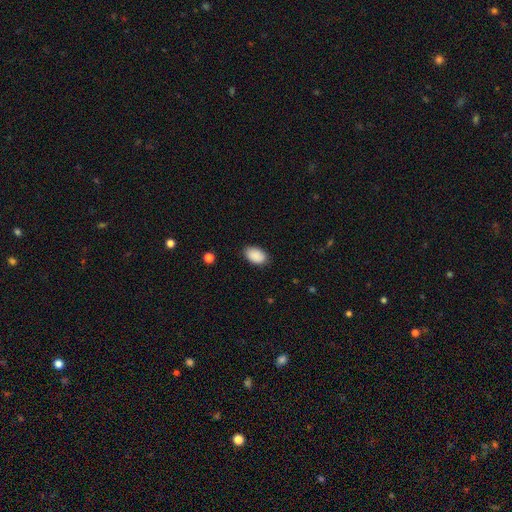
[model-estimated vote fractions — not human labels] A smooth galaxy with no disk features (90%) that is in between round and cigar-shaped (92%). Merging: none (86%).